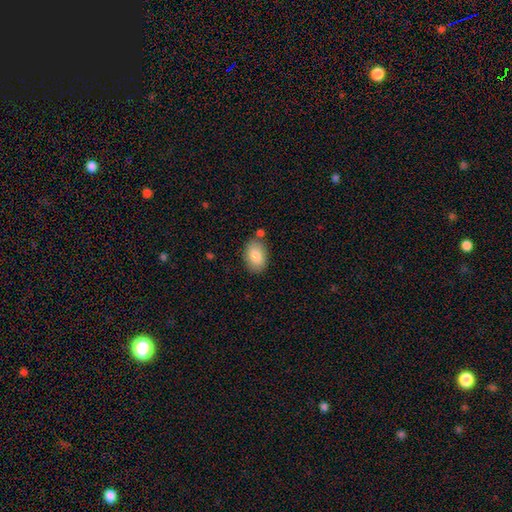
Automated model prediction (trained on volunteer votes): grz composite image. It shows a smooth galaxy with no disk features (85%) that is in between round and cigar-shaped (88%). Merging: none (76%).